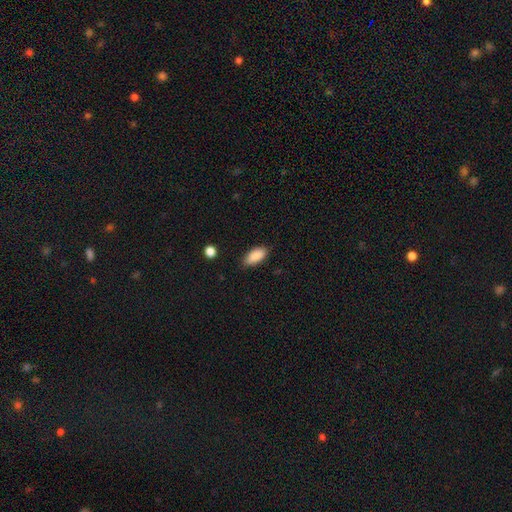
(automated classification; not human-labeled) Q: Smooth or featured?
A: smooth (89%); runner-up: star or artifact (7%)
Q: How rounded?
A: in between (88%); runner-up: cigar-shaped (9%)
Q: Merging?
A: none (83%); runner-up: minor disturbance (13%)